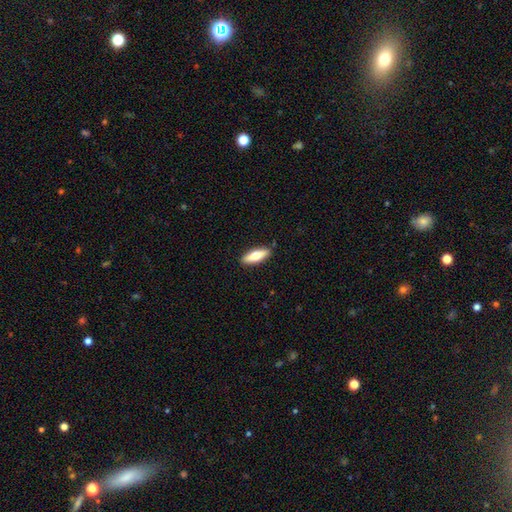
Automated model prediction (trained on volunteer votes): Q: Smooth or featured?
A: smooth (63%); runner-up: featured or disk (31%)
Q: How rounded?
A: in between (56%); runner-up: cigar-shaped (42%)
Q: Merging?
A: none (89%); runner-up: minor disturbance (8%)